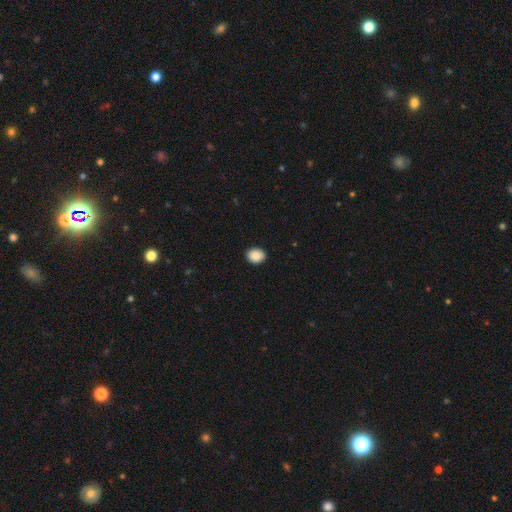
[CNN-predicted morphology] The model was most divided on "how rounded": in between: 51%, round: 48%, cigar-shaped: 1%. More confident: smooth or featured — smooth (90%); merging — none (90%).